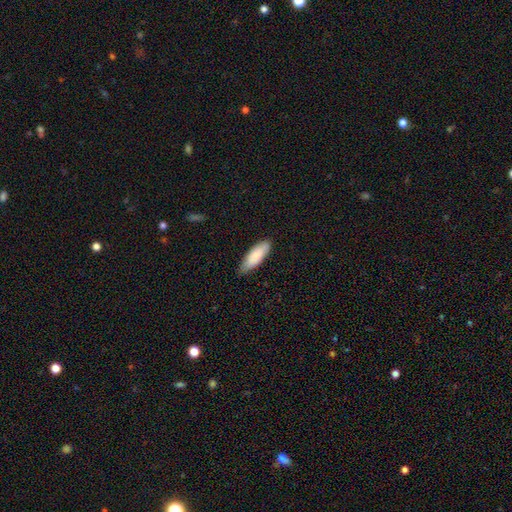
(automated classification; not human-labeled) Morphology: type=smooth (84%); roundness=in between (61%); merging=none (78%).